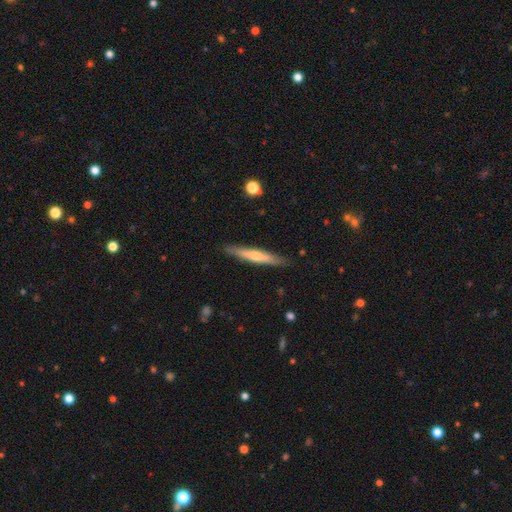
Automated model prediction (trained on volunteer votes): Q: Smooth or featured?
A: featured or disk (51%); runner-up: smooth (44%)
Q: Edge-on disk?
A: yes (93%); runner-up: no (7%)
Q: Merging?
A: none (89%); runner-up: minor disturbance (9%)